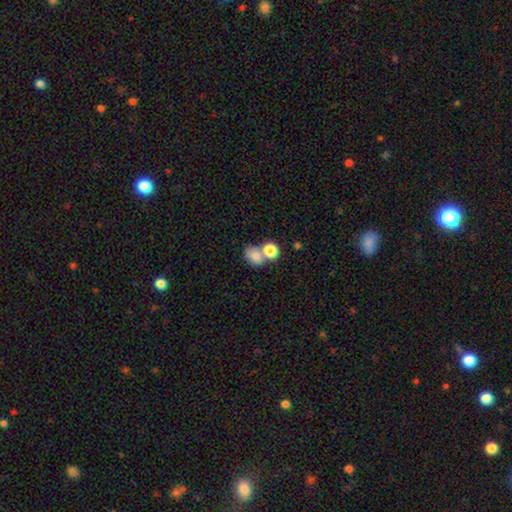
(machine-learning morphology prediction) Smooth or featured? smooth (79%)
How rounded? in between (56%)
Merging? merger (50%)